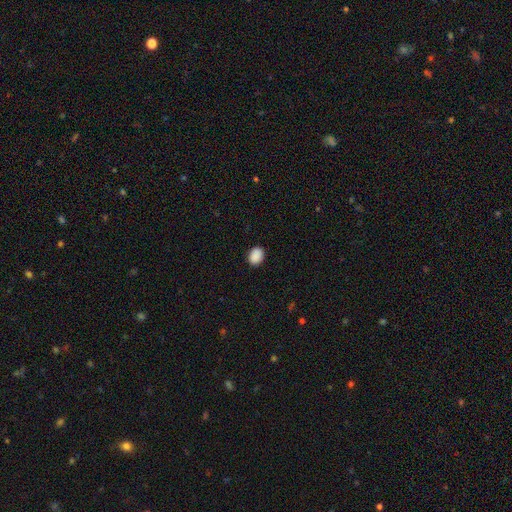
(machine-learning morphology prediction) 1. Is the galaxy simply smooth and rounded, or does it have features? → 90% smooth, 8% star or artifact, 2% featured or disk.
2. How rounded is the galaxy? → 67% in between, 32% round, 1% cigar-shaped.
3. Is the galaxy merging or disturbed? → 89% none, 8% minor disturbance, 2% major disturbance, 1% merger.